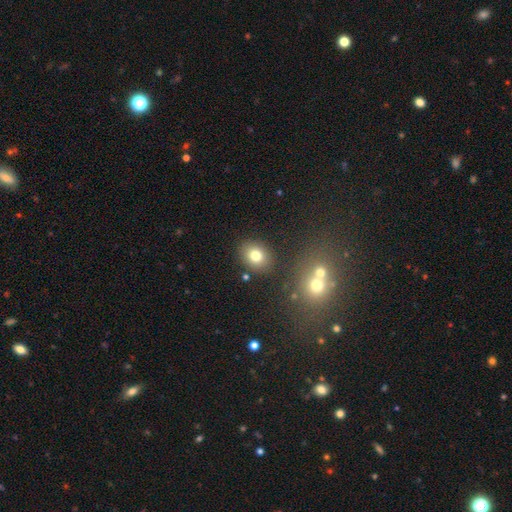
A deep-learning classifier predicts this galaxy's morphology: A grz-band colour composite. It shows a smooth galaxy with no disk features (78%) that is round (57%). Merging: none (83%).